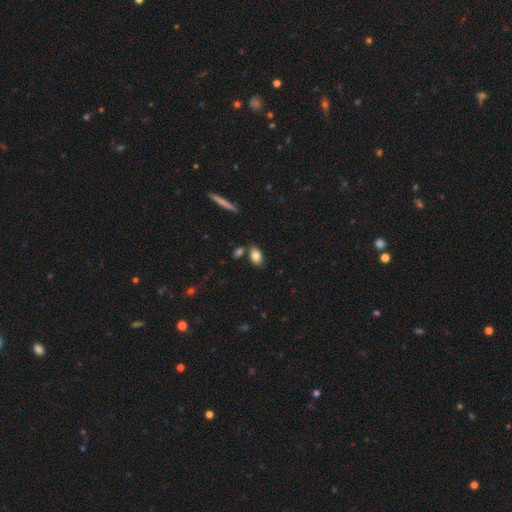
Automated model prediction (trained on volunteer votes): This is clearly a smooth galaxy (82%). How rounded: clearly in between (88%). Merging: likely none (75%).